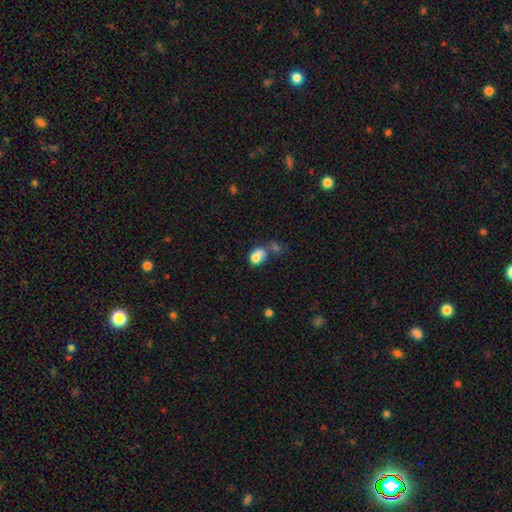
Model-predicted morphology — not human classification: Smooth or featured: smooth — 60% (star or artifact — 27%)
How rounded: in between — 56% (round — 40%)
Merging: none — 46% (merger — 35%)